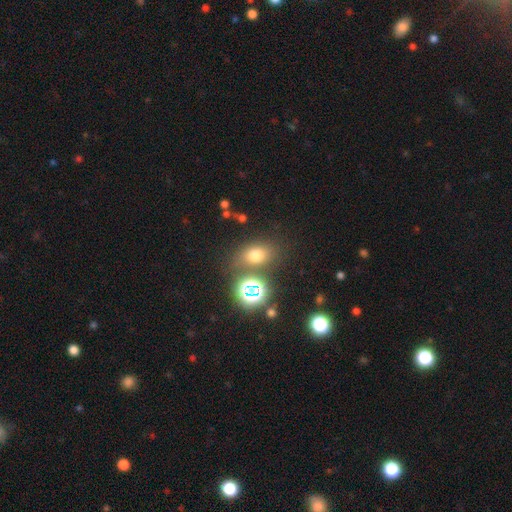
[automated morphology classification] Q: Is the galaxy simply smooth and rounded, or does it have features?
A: smooth — 66%.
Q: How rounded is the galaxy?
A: in between — 64%.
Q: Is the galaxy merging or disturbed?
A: none — 72%.